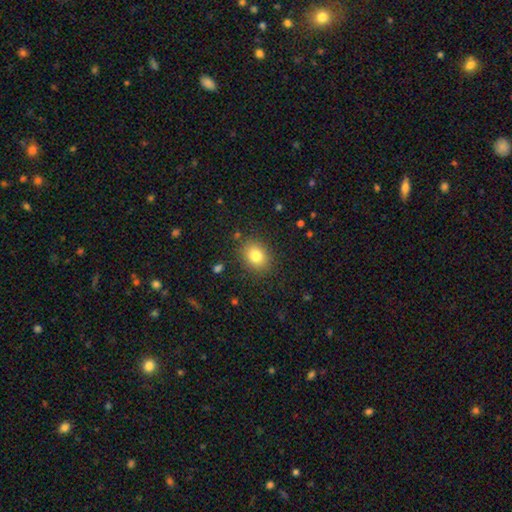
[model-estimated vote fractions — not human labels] Smooth or featured?
  - smooth: 81% *
  - star or artifact: 11%
  - featured or disk: 8%
How rounded?
  - round: 55% *
  - in between: 44%
  - cigar-shaped: 1%
Merging?
  - none: 86% *
  - minor disturbance: 9%
  - major disturbance: 3%
  - merger: 2%